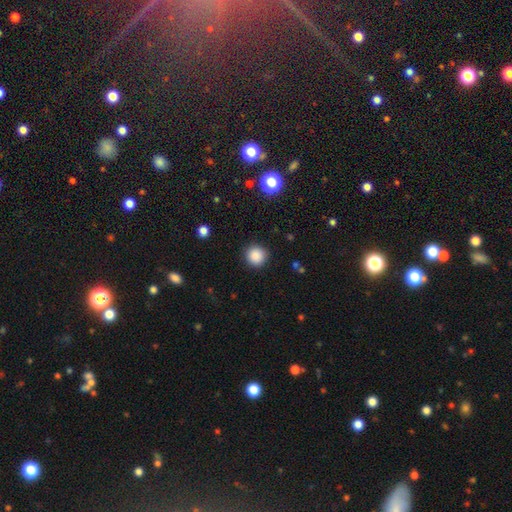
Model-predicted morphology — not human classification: Smooth or featured? smooth (87%)
How rounded? round (94%)
Merging? none (91%)